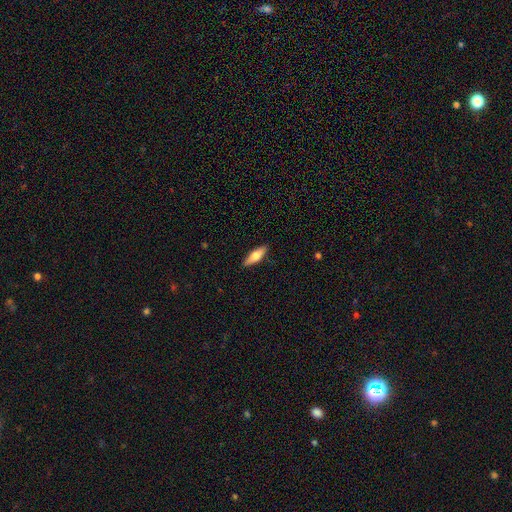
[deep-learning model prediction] Q: Smooth or featured?
A: smooth (62%); runner-up: featured or disk (32%)
Q: How rounded?
A: cigar-shaped (52%); runner-up: in between (46%)
Q: Merging?
A: none (89%); runner-up: minor disturbance (8%)